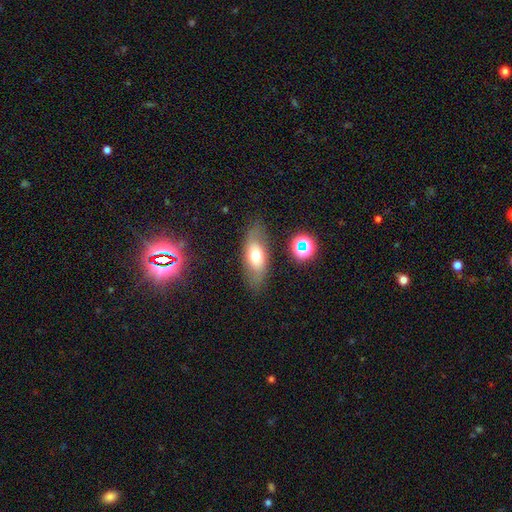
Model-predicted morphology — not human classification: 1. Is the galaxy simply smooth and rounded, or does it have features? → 61% smooth, 29% featured or disk, 10% star or artifact.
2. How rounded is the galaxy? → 81% in between, 13% cigar-shaped, 6% round.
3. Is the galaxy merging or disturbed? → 77% none, 15% minor disturbance, 5% major disturbance, 3% merger.